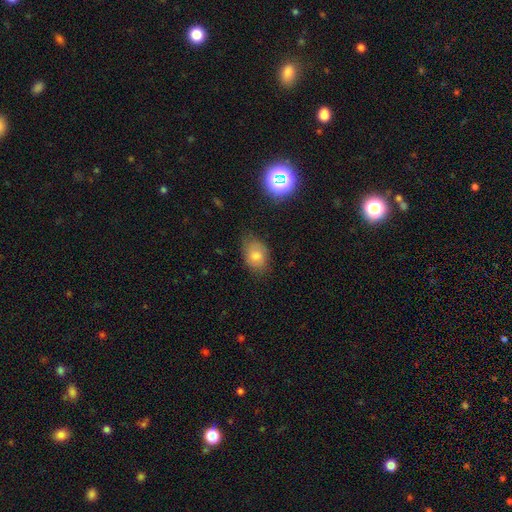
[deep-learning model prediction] smooth_or_featured: smooth (p=0.74) [alt: star or artifact p=0.14]
how_rounded: in between (p=0.73) [alt: round p=0.26]
merging: none (p=0.69) [alt: minor disturbance p=0.24]